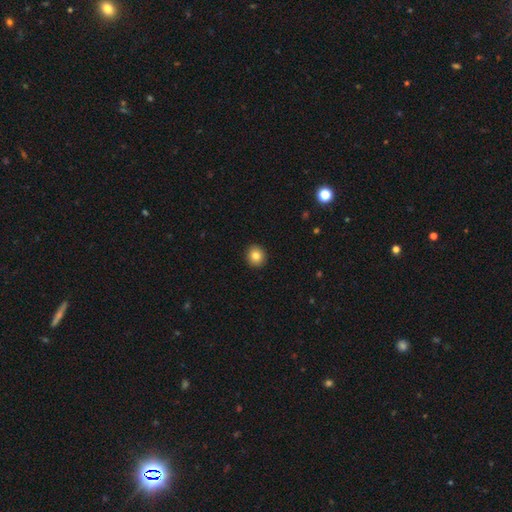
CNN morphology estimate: A smooth galaxy with no disk features (84%) that is round (88%).

Vote fractions:
- Smooth or featured? smooth: 84% / star or artifact: 10% / featured or disk: 7%
- How rounded? round: 88% / in between: 11% / cigar-shaped: 1%
- Merging? none: 93% / minor disturbance: 5% / major disturbance: 2% / merger: 1%